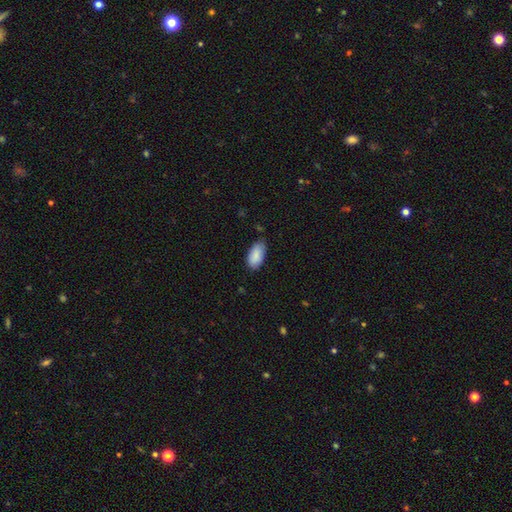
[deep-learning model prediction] A smooth galaxy with no disk features (88%) that is in between round and cigar-shaped (94%).

Vote fractions:
- Smooth or featured? smooth: 88% / star or artifact: 6% / featured or disk: 6%
- How rounded? in between: 94% / cigar-shaped: 4% / round: 2%
- Merging? none: 75% / minor disturbance: 21% / major disturbance: 3% / merger: 1%